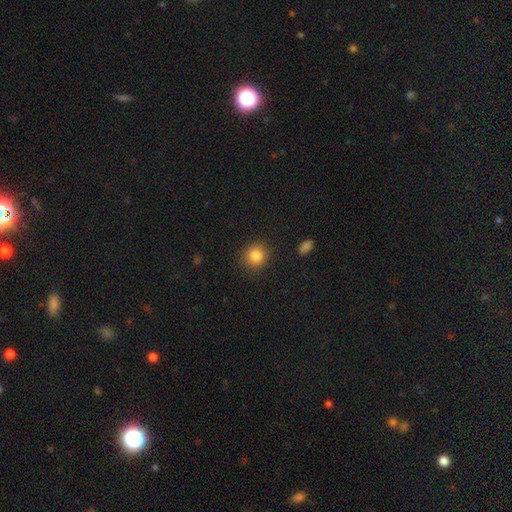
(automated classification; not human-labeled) smooth-or-featured: smooth: 85% | star or artifact: 10% | featured or disk: 5%
  how-rounded: round: 88% | in between: 11% | cigar-shaped: 1%
  merging: none: 88% | minor disturbance: 8% | major disturbance: 3% | merger: 1%